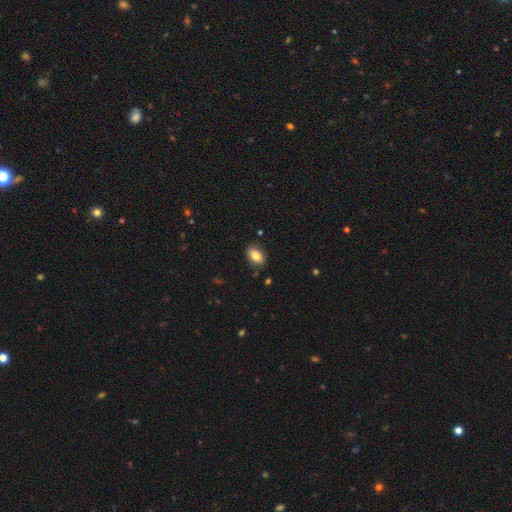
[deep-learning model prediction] Smooth or featured? Predicted: smooth (p=0.81). How rounded? Predicted: in between (p=0.87). Merging? Predicted: none (p=0.86).